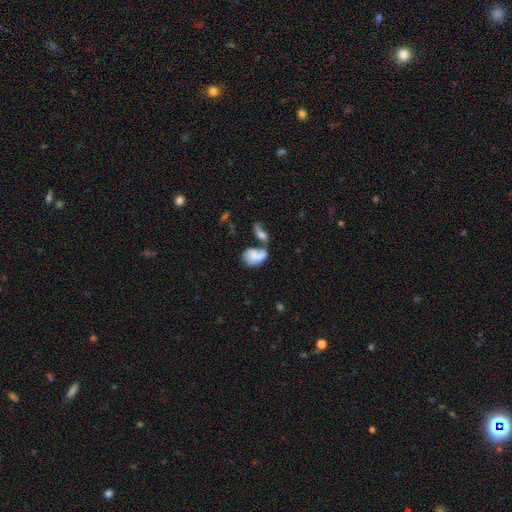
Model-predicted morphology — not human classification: Smooth or featured: smooth — 68% (featured or disk — 24%)
How rounded: in between — 78% (round — 20%)
Merging: merger — 62% (none — 18%)